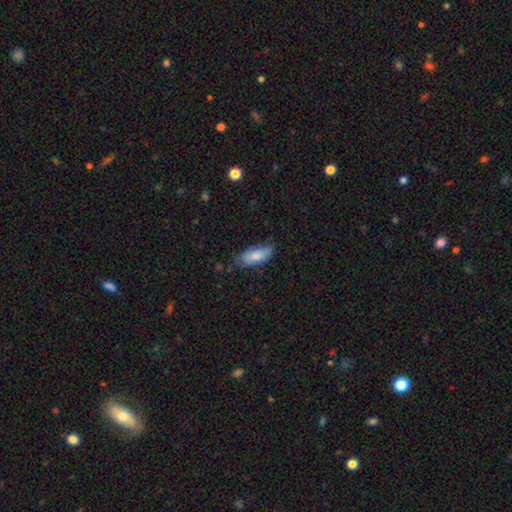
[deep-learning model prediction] A smooth galaxy with no disk features (79%) that is in between round and cigar-shaped (80%).

Vote fractions:
- Smooth or featured? smooth: 79% / featured or disk: 15% / star or artifact: 6%
- How rounded? in between: 80% / cigar-shaped: 17% / round: 2%
- Merging? none: 66% / minor disturbance: 28% / major disturbance: 5% / merger: 2%